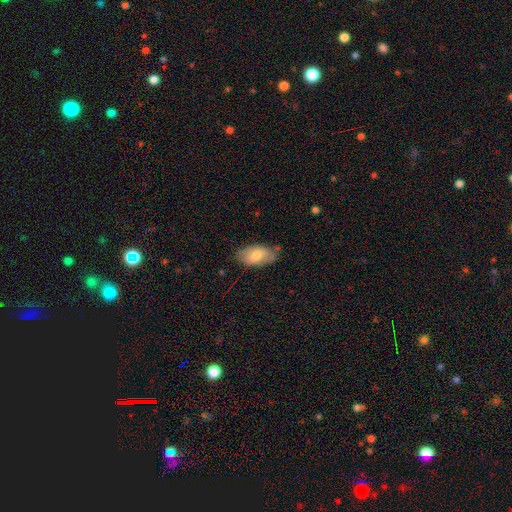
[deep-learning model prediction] Overall: smooth (71%). How rounded: in between (94%). Merging: none (69%).